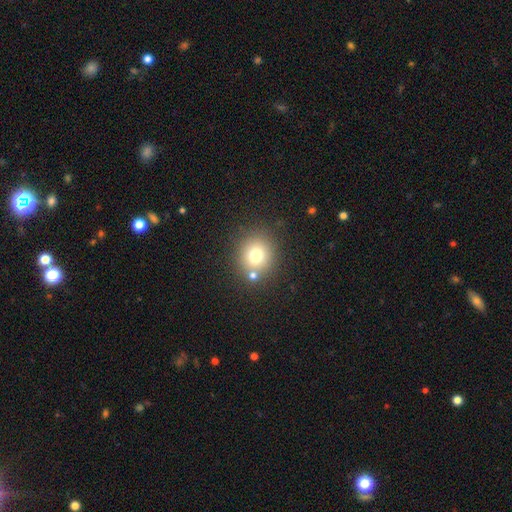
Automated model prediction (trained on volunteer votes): Smooth or featured?
  - smooth: 74% *
  - star or artifact: 14%
  - featured or disk: 12%
How rounded?
  - round: 82% *
  - in between: 17%
  - cigar-shaped: 1%
Merging?
  - none: 76% *
  - merger: 11%
  - minor disturbance: 10%
  - major disturbance: 4%